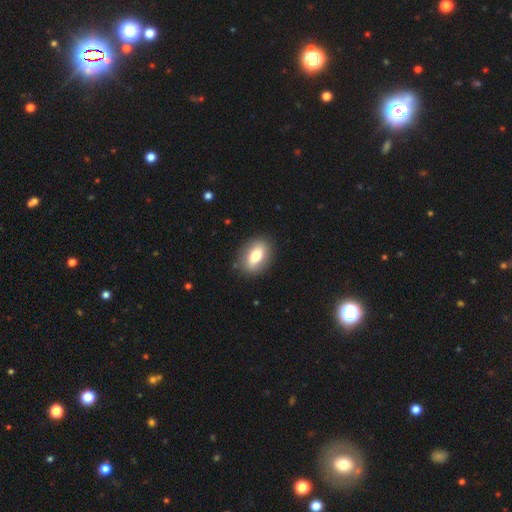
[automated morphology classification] Smooth or featured? Predicted: smooth (p=0.69). How rounded? Predicted: in between (p=0.81). Merging? Predicted: none (p=0.87).